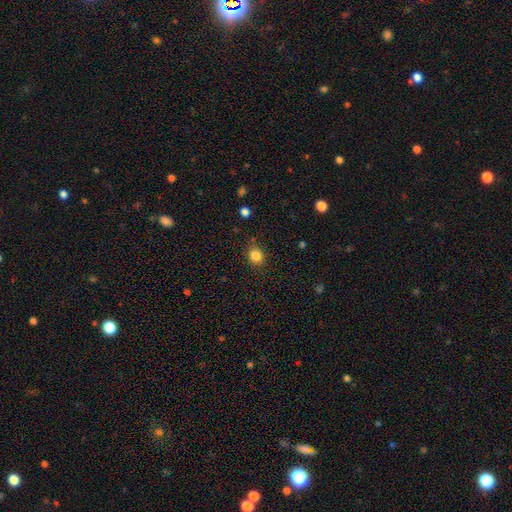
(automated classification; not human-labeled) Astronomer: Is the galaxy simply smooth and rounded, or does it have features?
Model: smooth — 84%.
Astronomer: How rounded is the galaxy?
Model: round — 67%.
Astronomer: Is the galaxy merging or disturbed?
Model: none — 82%.